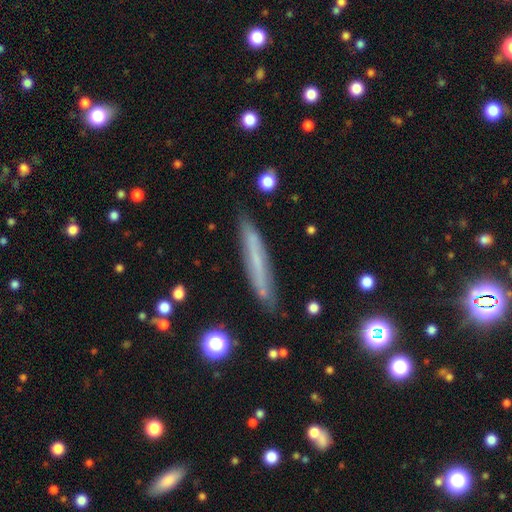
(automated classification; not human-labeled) Morphology: type=smooth (54%); roundness=cigar-shaped (94%); merging=none (84%).